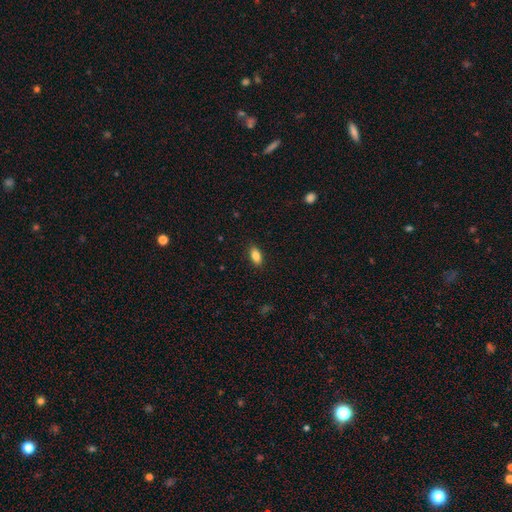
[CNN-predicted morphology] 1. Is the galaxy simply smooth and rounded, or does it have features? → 86% smooth, 8% star or artifact, 6% featured or disk.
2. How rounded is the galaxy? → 90% in between, 6% cigar-shaped, 4% round.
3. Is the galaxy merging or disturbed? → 88% none, 9% minor disturbance, 2% major disturbance, 1% merger.